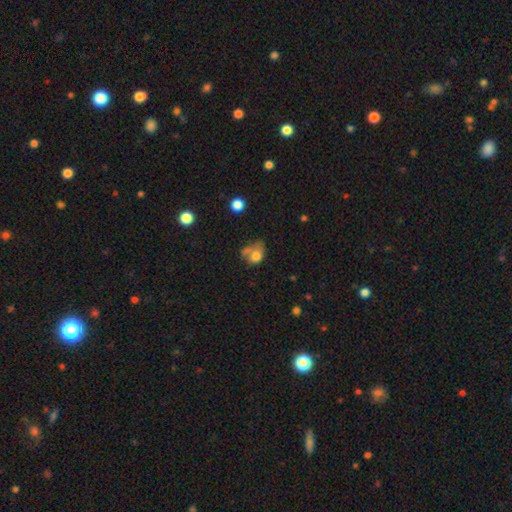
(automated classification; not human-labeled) smooth 70%, featured or disk 18%, star or artifact 11%. Down the decision tree: how rounded — in between (60%); merging — merger (28%).